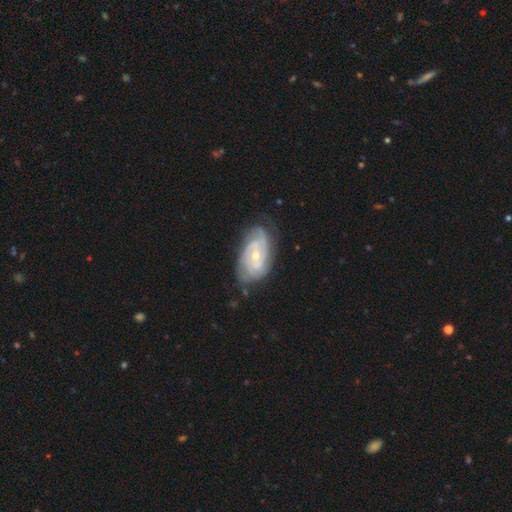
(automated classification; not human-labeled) Q: Smooth or featured?
A: featured or disk (85%); runner-up: smooth (10%)
Q: Edge-on disk?
A: no (96%); runner-up: yes (4%)
Q: Bar?
A: no (67%); runner-up: weak (27%)
Q: Spiral arms?
A: yes (95%); runner-up: no (5%)
Q: Spiral winding?
A: tight (66%); runner-up: medium (27%)
Q: Spiral arm count?
A: can't tell (30%); runner-up: 2 (26%)
Q: Bulge size?
A: small (50%); runner-up: moderate (46%)
Q: Merging?
A: none (69%); runner-up: minor disturbance (22%)